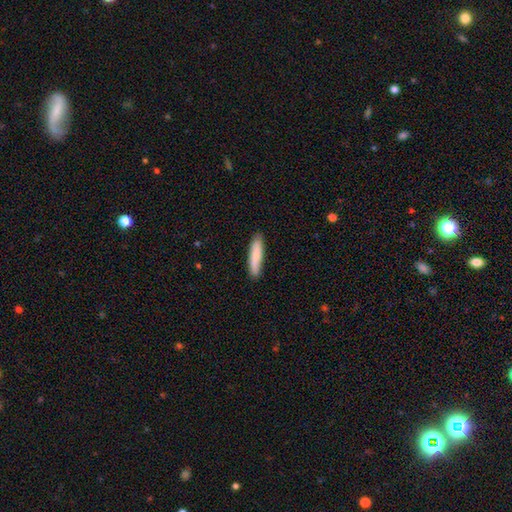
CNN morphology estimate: This appears to be a smooth galaxy with no disk features (83%) that is cigar-shaped (84%). Merging: none (85%).